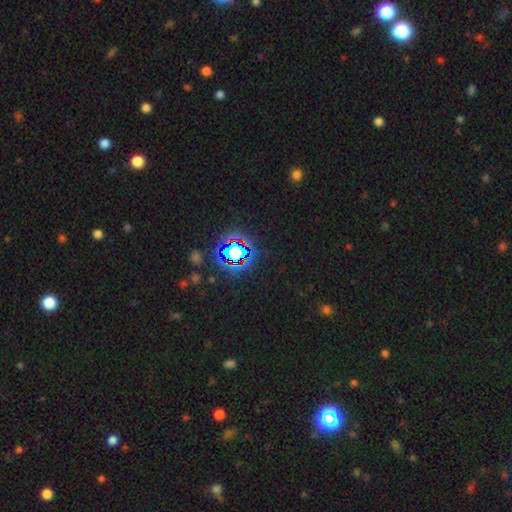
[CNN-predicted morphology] smooth-or-featured: star or artifact: 79% | smooth: 14% | featured or disk: 7%